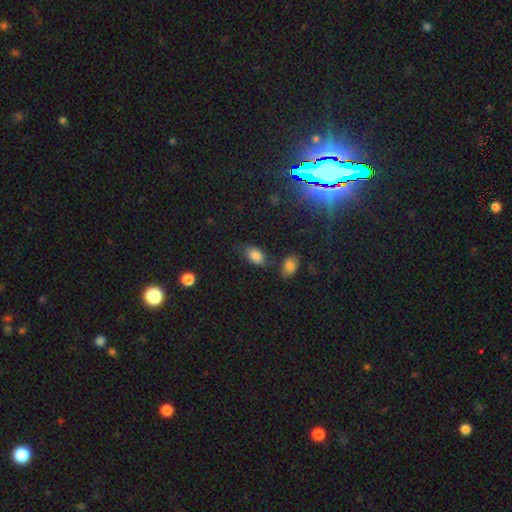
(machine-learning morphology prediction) A smooth galaxy with no disk features (82%) that is in between round and cigar-shaped (88%).

Vote fractions:
- Smooth or featured? smooth: 82% / star or artifact: 10% / featured or disk: 7%
- How rounded? in between: 88% / round: 10% / cigar-shaped: 2%
- Merging? none: 65% / minor disturbance: 22% / merger: 6% / major disturbance: 6%